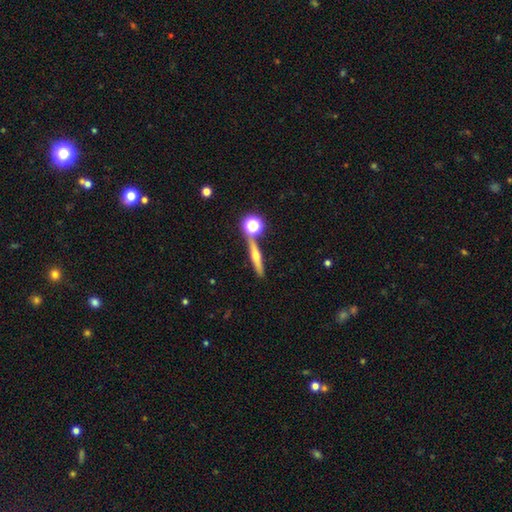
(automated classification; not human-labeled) Morphology: type=featured or disk (57%); edge-on=yes (94%); edge-on bulge=rounded (91%); merging=none (79%).